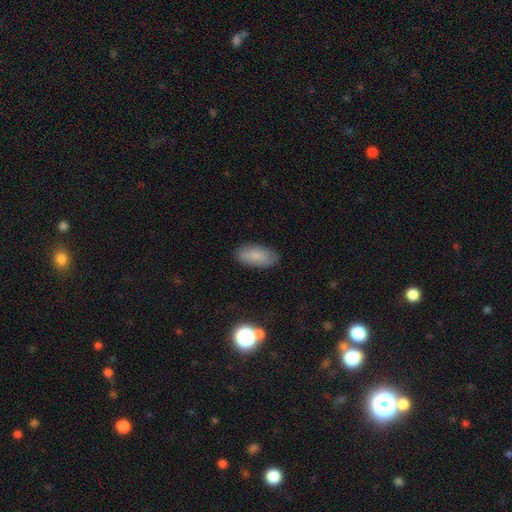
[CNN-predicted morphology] This appears to be a smooth galaxy with no disk features (80%) that is in between round and cigar-shaped (90%). Merging: none (83%).